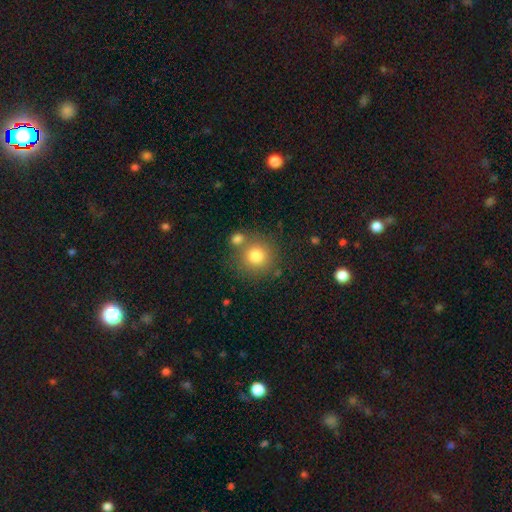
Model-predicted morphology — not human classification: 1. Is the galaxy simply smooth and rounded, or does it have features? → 79% smooth, 11% star or artifact, 9% featured or disk.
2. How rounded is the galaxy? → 91% round, 8% in between, 1% cigar-shaped.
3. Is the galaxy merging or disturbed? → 68% none, 19% merger, 10% minor disturbance, 4% major disturbance.